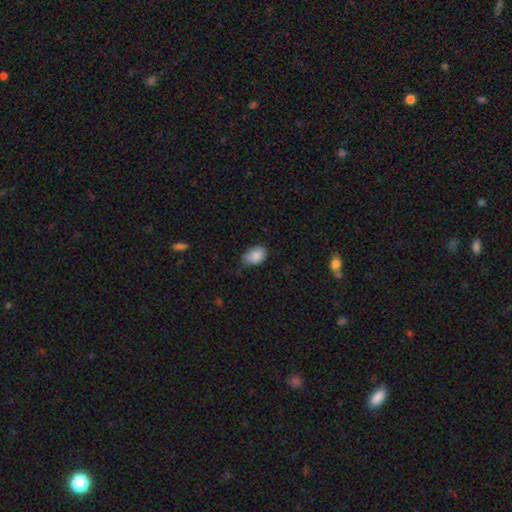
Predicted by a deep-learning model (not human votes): Smooth or featured? smooth (86%)
How rounded? in between (86%)
Merging? none (61%)